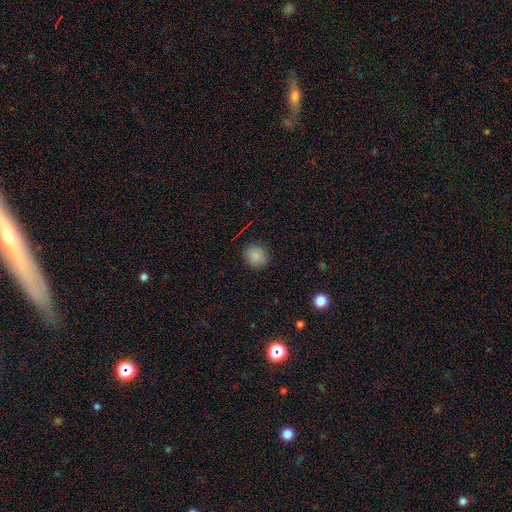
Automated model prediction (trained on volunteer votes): The model was most divided on "how rounded": round: 85%, in between: 14%, cigar-shaped: 1%. More confident: merging — none (88%); smooth or featured — smooth (84%).